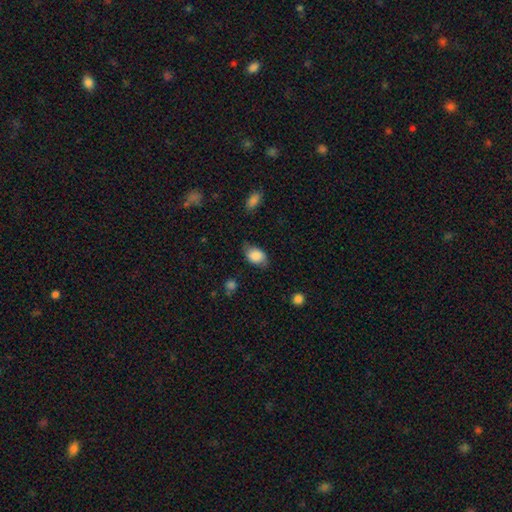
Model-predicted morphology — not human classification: type=smooth (79%); roundness=in between (81%); merging=none (66%).